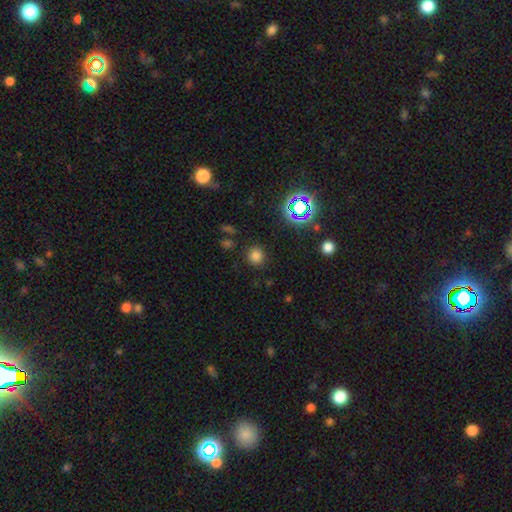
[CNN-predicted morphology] Smooth or featured?
  - smooth: 74% *
  - star or artifact: 21%
  - featured or disk: 6%
How rounded?
  - round: 91% *
  - in between: 8%
  - cigar-shaped: 1%
Merging?
  - none: 87% *
  - minor disturbance: 8%
  - major disturbance: 3%
  - merger: 2%